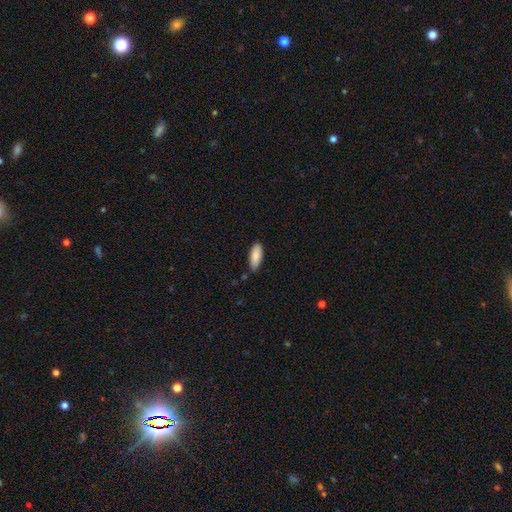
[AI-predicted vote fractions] Morphology: type=smooth (87%); roundness=in between (77%); merging=none (81%).